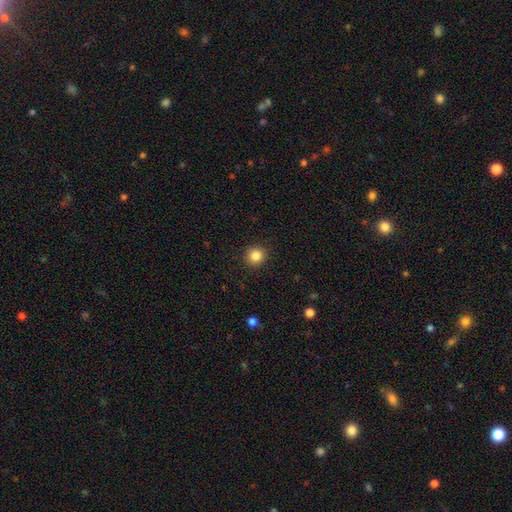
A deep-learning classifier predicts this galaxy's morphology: The model was most divided on "smooth or featured": smooth: 85%, star or artifact: 11%, featured or disk: 4%. More confident: how rounded — round (93%); merging — none (92%).